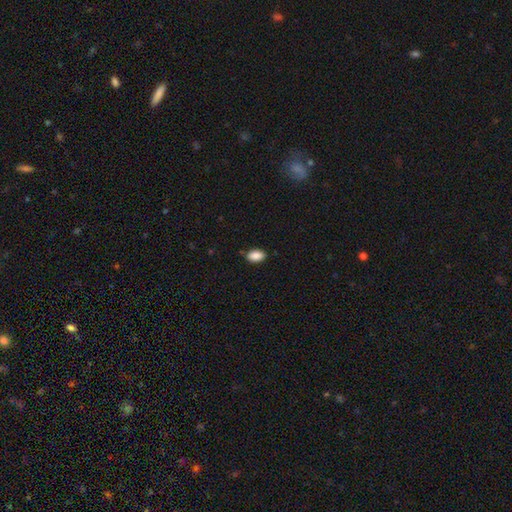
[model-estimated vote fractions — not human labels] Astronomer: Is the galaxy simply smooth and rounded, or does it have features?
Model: smooth — 89%.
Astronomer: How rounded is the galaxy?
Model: in between — 91%.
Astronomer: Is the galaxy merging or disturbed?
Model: none — 84%.